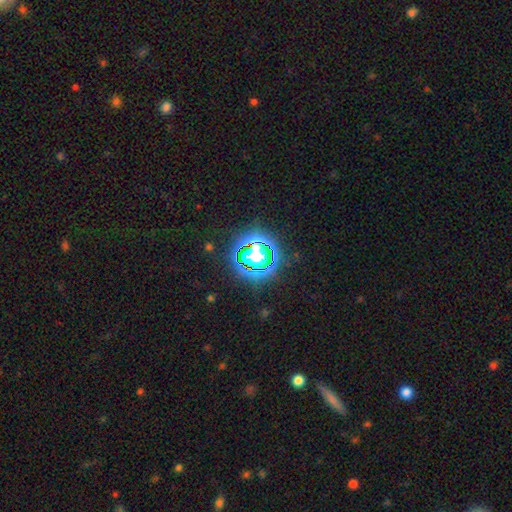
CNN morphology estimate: Smooth or featured: star or artifact — 65% (smooth — 23%)